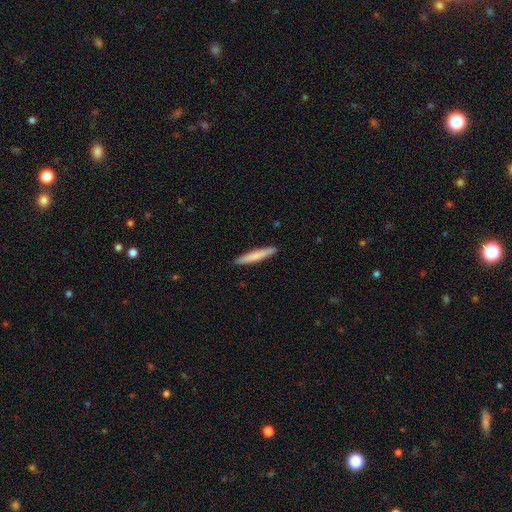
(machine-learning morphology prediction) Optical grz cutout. It shows a smooth galaxy with no disk features (76%) that is cigar-shaped (93%). Merging: none (91%).